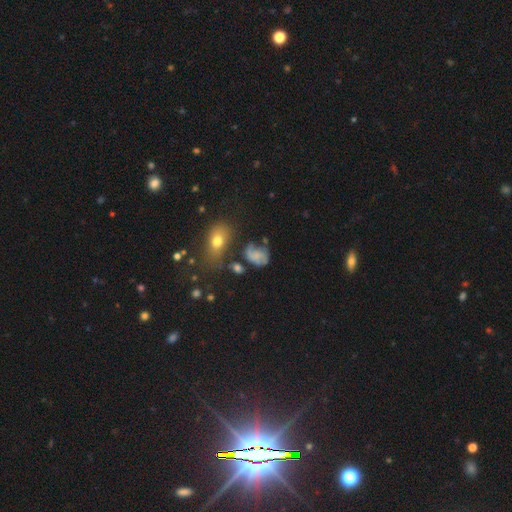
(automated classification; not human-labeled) A featured or disk galaxy (45%).

Vote fractions:
- Smooth or featured? featured or disk: 45% / smooth: 43% / star or artifact: 12%
- Merging? none: 42% / minor disturbance: 26% / major disturbance: 22% / merger: 10%